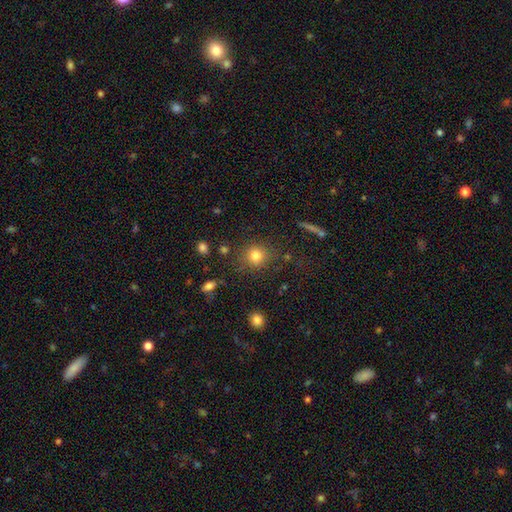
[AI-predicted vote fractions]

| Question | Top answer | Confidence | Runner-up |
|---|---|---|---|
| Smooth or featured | smooth | 80% | star or artifact (13%) |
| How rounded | round | 86% | in between (13%) |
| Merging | none | 79% | minor disturbance (12%) |